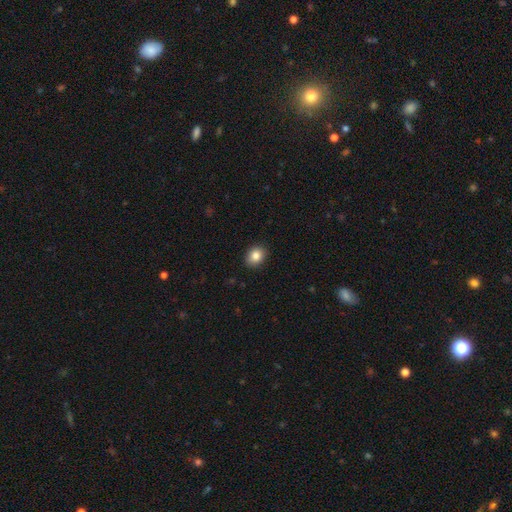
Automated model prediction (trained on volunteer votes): This is clearly a smooth galaxy (85%). How rounded: possibly round (51%). Merging: clearly none (89%).